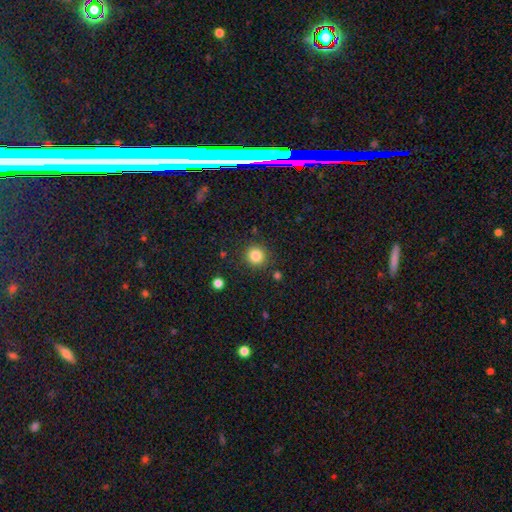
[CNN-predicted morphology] Smooth or featured: smooth — 84% (star or artifact — 11%)
How rounded: round — 92% (in between — 7%)
Merging: none — 88% (minor disturbance — 7%)